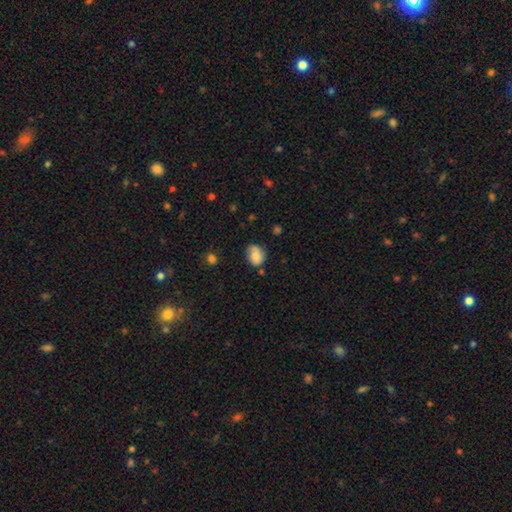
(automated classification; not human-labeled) This is likely a smooth galaxy (71%). How rounded: possibly round (57%). Merging: possibly none (60%).